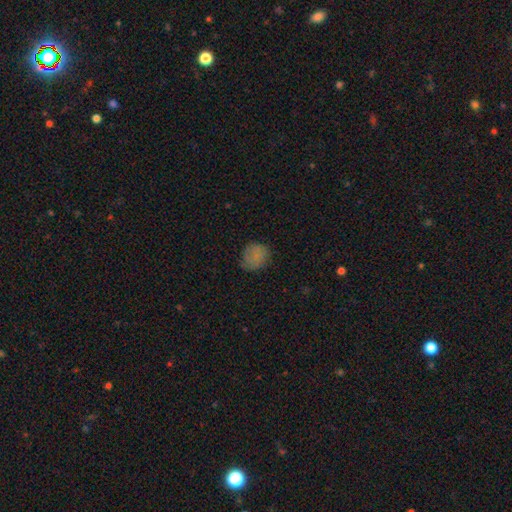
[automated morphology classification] A smooth galaxy with no disk features (76%) that is round (77%). Merging: none (73%).